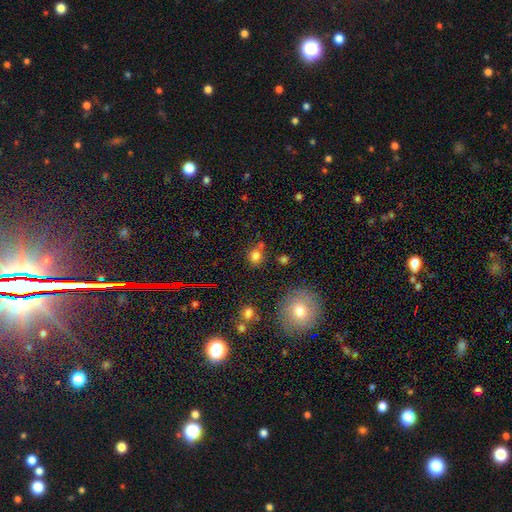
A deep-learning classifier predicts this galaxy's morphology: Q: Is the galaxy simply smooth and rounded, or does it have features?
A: smooth — 76%.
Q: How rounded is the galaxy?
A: round — 71%.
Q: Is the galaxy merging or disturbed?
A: none — 64%.